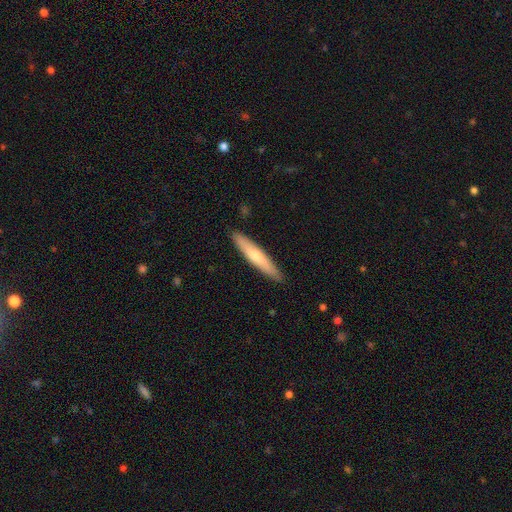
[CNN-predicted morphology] Smooth or featured? Predicted: smooth (p=0.63). How rounded? Predicted: cigar-shaped (p=0.92). Merging? Predicted: none (p=0.90).